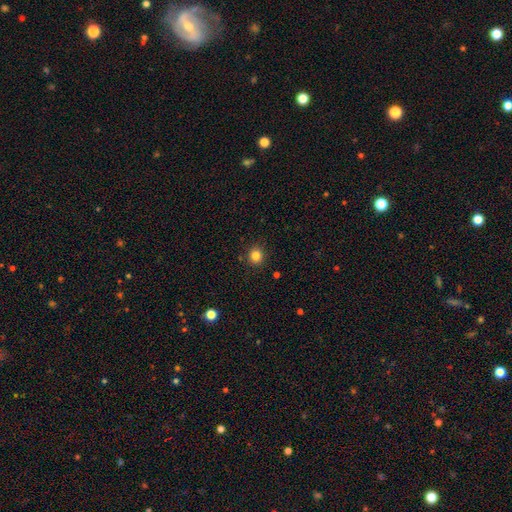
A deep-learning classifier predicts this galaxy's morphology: smooth 84%, star or artifact 12%, featured or disk 4%. Down the decision tree: how rounded — round (89%); merging — none (90%).